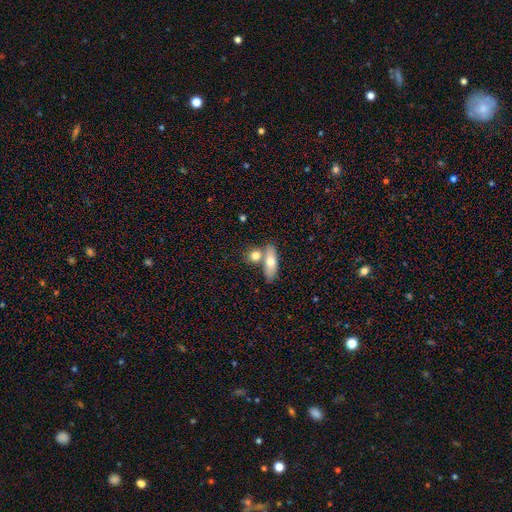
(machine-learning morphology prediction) Q: Smooth or featured?
A: smooth (74%); runner-up: featured or disk (19%)
Q: How rounded?
A: in between (57%); runner-up: round (27%)
Q: Merging?
A: none (47%); runner-up: merger (41%)